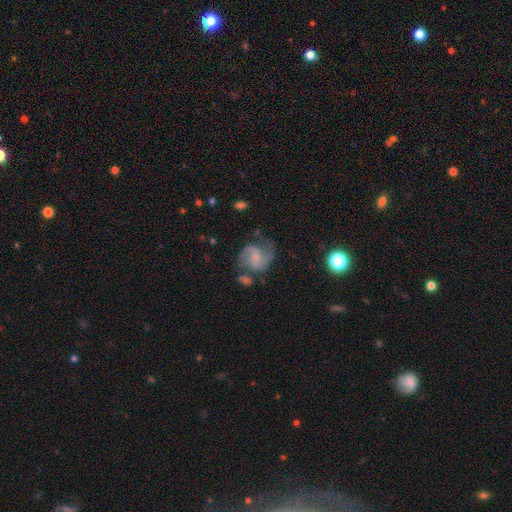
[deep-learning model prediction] Overall: featured or disk (81%). Edge-on disk: no (98%). Bar: no (52%; weak 40%). Spiral arms: yes (96%). Spiral arm count: 2 (90%). Spiral winding: medium (54%; loose 27%). Bulge size: none (40%; small 37%). Merging: none (61%).